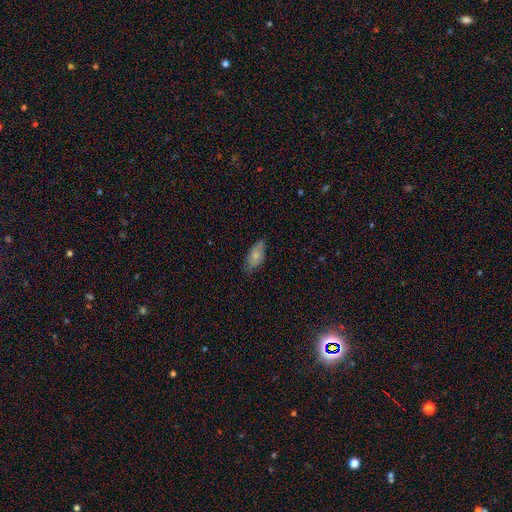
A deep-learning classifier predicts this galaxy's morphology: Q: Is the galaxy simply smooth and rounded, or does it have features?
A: smooth — 72%.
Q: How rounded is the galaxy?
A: in between — 90%.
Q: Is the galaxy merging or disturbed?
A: none — 72%.